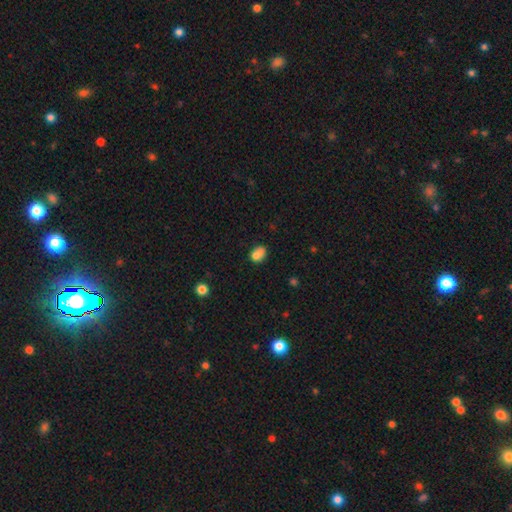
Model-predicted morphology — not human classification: type=smooth (75%); roundness=in between (57%); merging=none (39%).